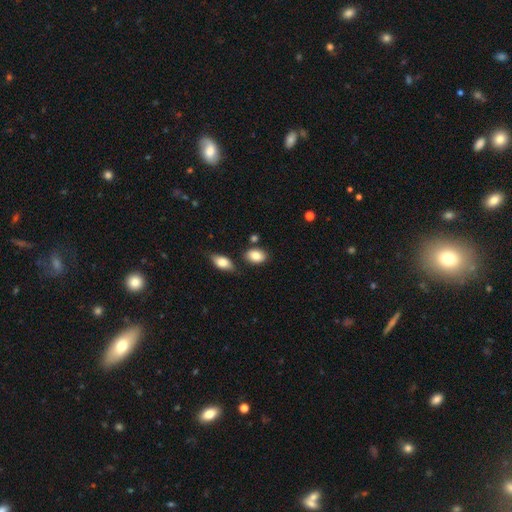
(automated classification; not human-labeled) Overall: smooth (84%). How rounded: in between (80%). Merging: none (76%).